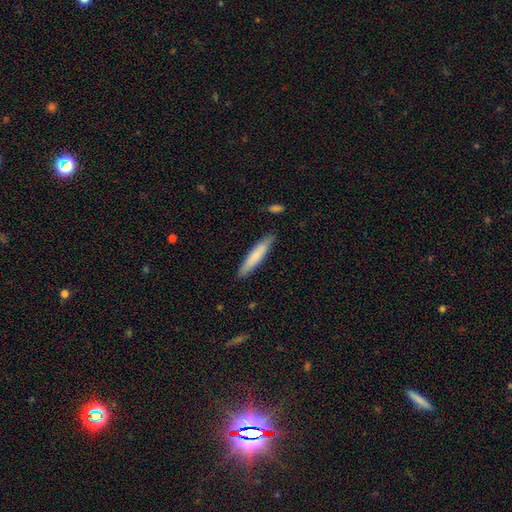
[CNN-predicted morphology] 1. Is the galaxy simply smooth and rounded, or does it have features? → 76% smooth, 19% featured or disk, 5% star or artifact.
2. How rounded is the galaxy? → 90% cigar-shaped, 9% in between, 1% round.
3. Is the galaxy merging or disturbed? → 87% none, 10% minor disturbance, 2% major disturbance, 1% merger.